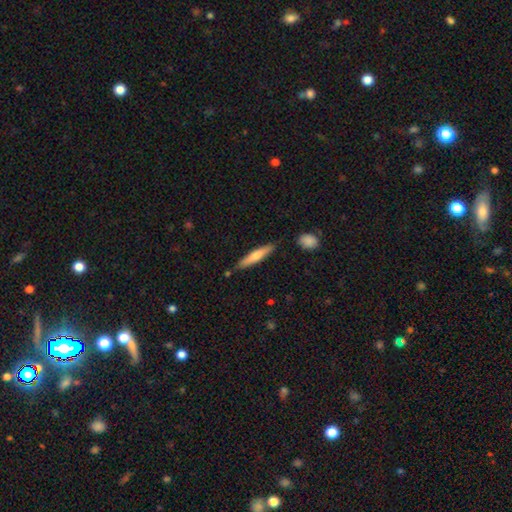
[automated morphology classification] Smooth or featured: smooth — 67% (featured or disk — 28%)
How rounded: cigar-shaped — 89% (in between — 10%)
Merging: none — 82% (minor disturbance — 12%)